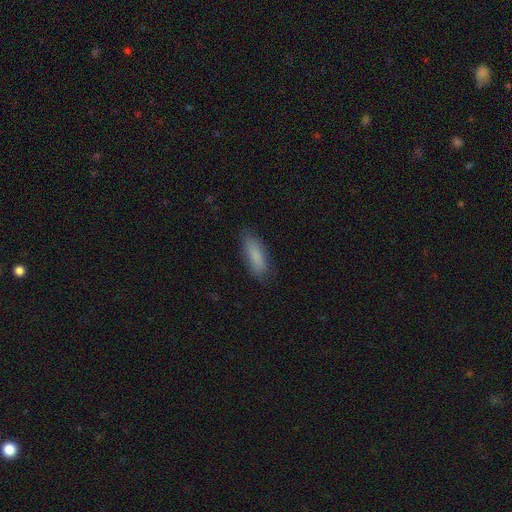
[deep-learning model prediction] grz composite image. It shows a smooth galaxy with no disk features (85%) that is in between round and cigar-shaped (59%). Merging: none (81%).